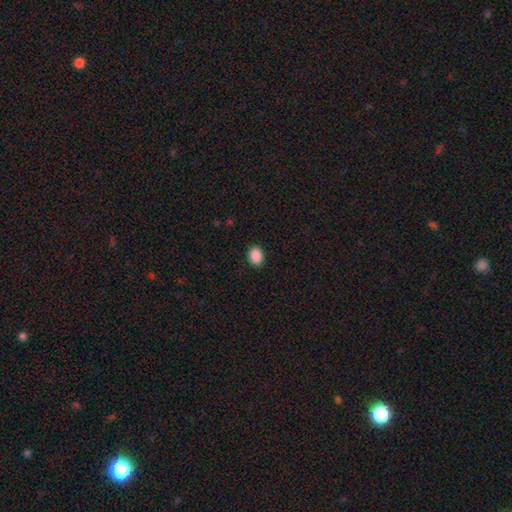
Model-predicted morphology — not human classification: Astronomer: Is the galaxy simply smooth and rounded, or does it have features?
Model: smooth — 90%.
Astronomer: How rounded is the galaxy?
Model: in between — 65%.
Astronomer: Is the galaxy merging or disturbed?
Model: none — 89%.